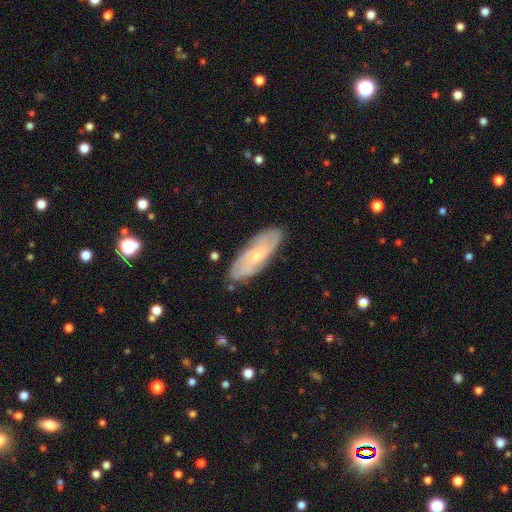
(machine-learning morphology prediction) smooth-or-featured: featured or disk: 67% | smooth: 26% | star or artifact: 7%
  disk-edge-on: no: 85% | yes: 15%
    bar: no: 71% | weak: 24% | strong: 5%
    has-spiral-arms: yes: 87% | no: 13%
    bulge-size: small: 72% | moderate: 24% | none: 2% | large: 1% | dominant: 1%
  merging: none: 82% | minor disturbance: 14% | major disturbance: 3% | merger: 1%